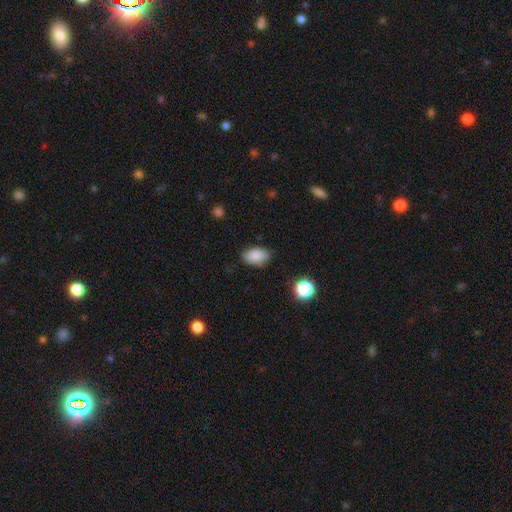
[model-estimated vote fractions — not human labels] smooth 87%, star or artifact 8%, featured or disk 4%. Down the decision tree: how rounded — in between (89%); merging — none (83%).